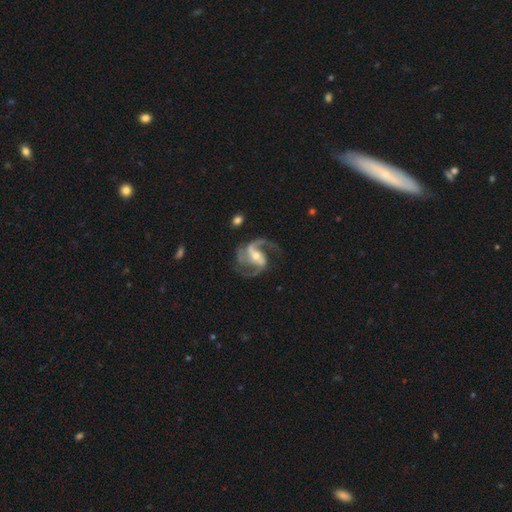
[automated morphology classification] Smooth or featured? featured or disk (93%)
Edge-on disk? no (98%)
Bar? strong (44%)
Spiral arms? yes (98%)
Spiral winding? medium (58%)
Spiral arm count? 2 (57%)
Bulge size? moderate (49%)
Merging? none (67%)